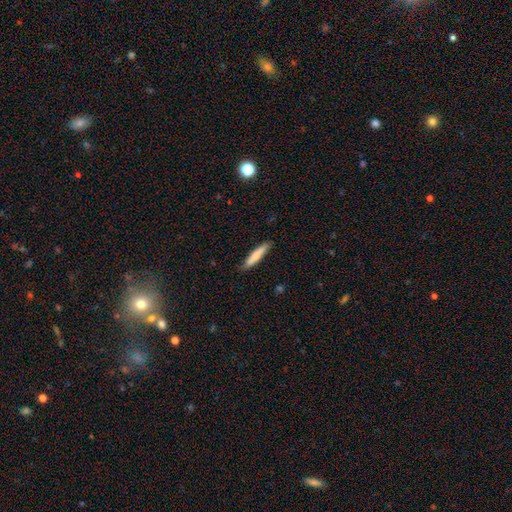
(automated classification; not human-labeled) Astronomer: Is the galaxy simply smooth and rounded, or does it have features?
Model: smooth — 79%.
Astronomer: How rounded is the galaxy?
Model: cigar-shaped — 88%.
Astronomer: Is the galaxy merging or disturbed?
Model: none — 85%.